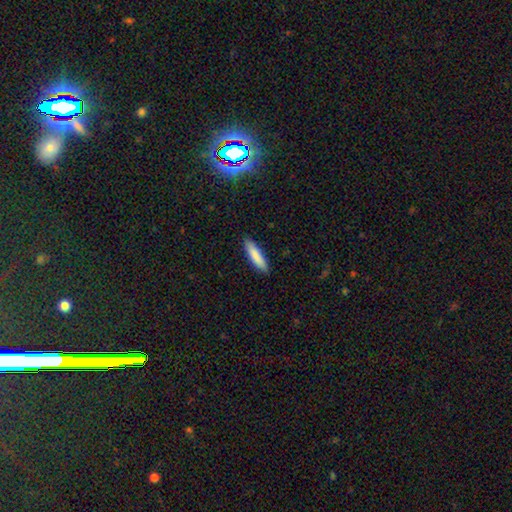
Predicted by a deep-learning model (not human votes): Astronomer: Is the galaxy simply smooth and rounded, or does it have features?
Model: smooth — 86%.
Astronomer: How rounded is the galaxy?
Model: cigar-shaped — 74%.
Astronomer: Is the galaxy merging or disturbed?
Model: none — 89%.